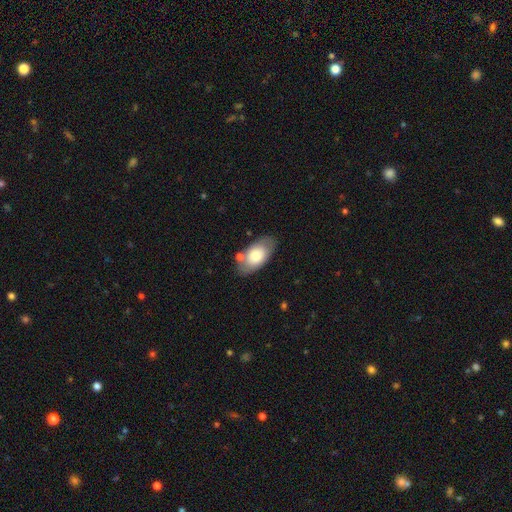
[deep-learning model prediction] Smooth or featured? smooth (72%)
How rounded? in between (94%)
Merging? none (71%)